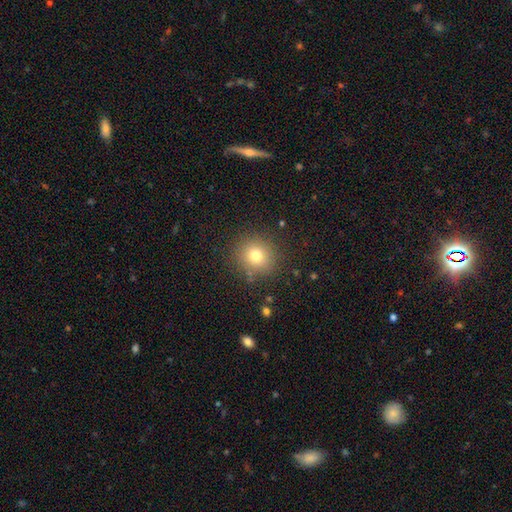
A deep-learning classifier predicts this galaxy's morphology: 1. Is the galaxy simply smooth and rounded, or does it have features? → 77% smooth, 14% star or artifact, 9% featured or disk.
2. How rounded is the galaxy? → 87% round, 12% in between, 1% cigar-shaped.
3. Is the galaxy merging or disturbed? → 87% none, 8% minor disturbance, 3% major disturbance, 2% merger.